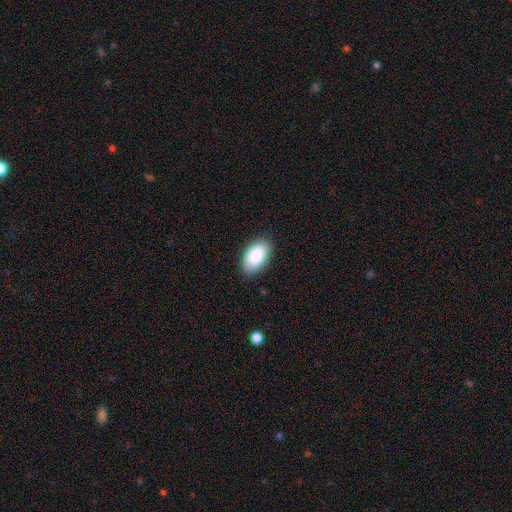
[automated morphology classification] Overall: smooth (89%). How rounded: in between (95%). Merging: none (86%).